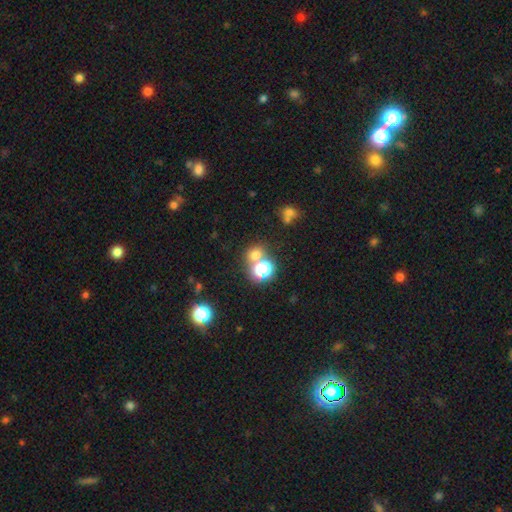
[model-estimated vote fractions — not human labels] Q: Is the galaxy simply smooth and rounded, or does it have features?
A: smooth — 60%.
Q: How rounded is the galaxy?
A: round — 81%.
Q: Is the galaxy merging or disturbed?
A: none — 63%.